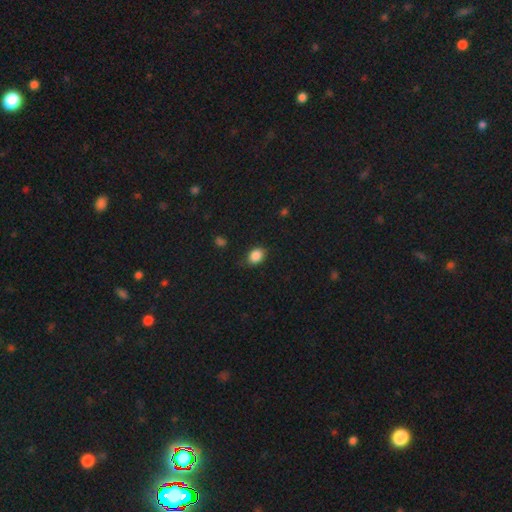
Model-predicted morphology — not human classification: Overall: smooth (87%). How rounded: in between (59%; round 40%). Merging: none (77%).